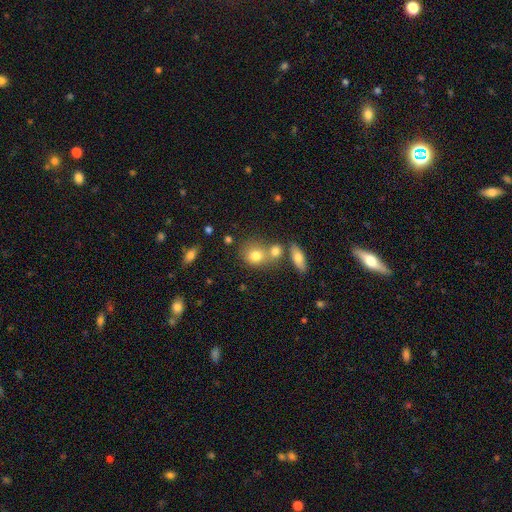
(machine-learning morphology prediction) A smooth galaxy with no disk features (77%) that is round (67%).

Vote fractions:
- Smooth or featured? smooth: 77% / featured or disk: 13% / star or artifact: 11%
- How rounded? round: 67% / in between: 31% / cigar-shaped: 2%
- Merging? none: 48% / merger: 36% / minor disturbance: 11% / major disturbance: 5%